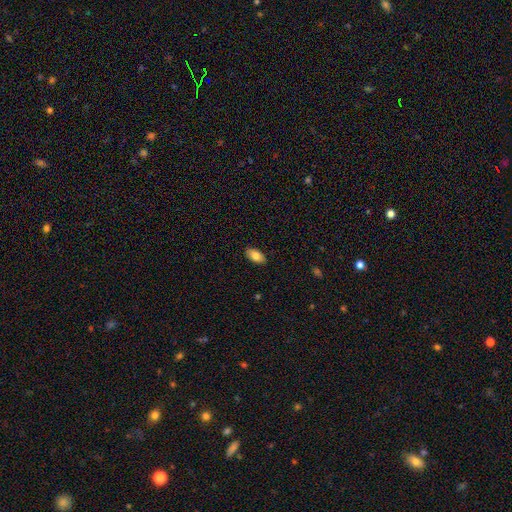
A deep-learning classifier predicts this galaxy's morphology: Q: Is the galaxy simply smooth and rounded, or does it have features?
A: smooth — 84%.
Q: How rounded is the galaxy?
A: in between — 93%.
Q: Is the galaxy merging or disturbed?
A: none — 89%.